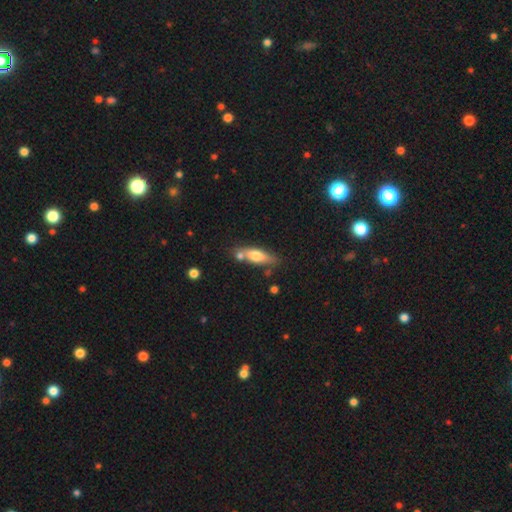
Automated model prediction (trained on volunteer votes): Smooth or featured? smooth (61%)
How rounded? cigar-shaped (53%)
Merging? none (61%)